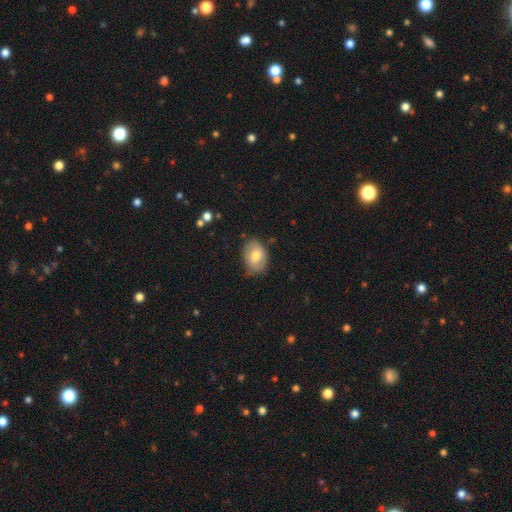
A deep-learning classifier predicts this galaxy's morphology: A smooth galaxy with no disk features (70%) that is in between round and cigar-shaped (76%). Merging: none (69%).